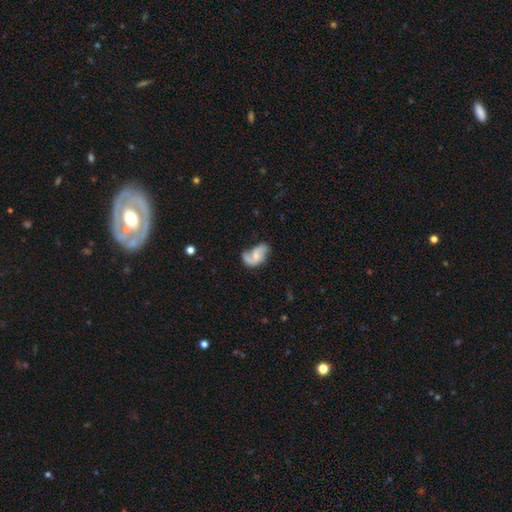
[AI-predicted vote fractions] Smooth or featured? featured or disk (69%)
Edge-on disk? no (97%)
Bar? no (56%)
Spiral arms? yes (89%)
Spiral winding? loose (53%)
Spiral arm count? 2 (74%)
Bulge size? small (50%)
Merging? none (44%)